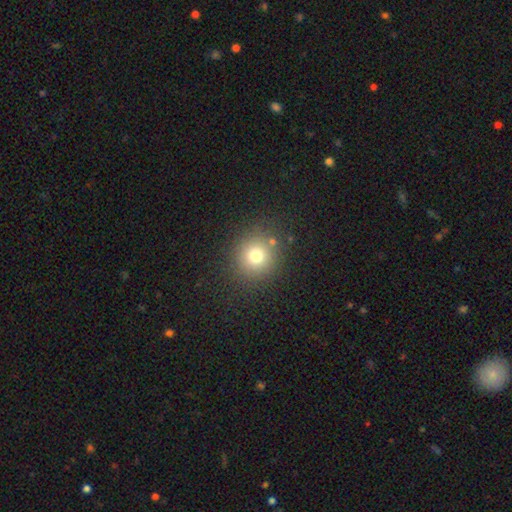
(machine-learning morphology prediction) type=smooth (74%); roundness=round (92%); merging=none (84%).